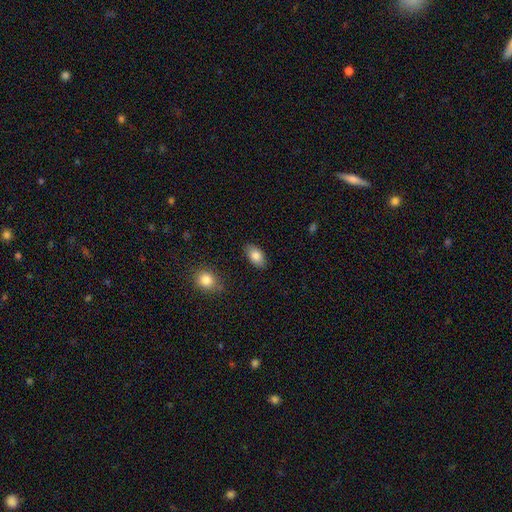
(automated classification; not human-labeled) A smooth galaxy with no disk features (84%) that is in between round and cigar-shaped (92%). Merging: none (85%).